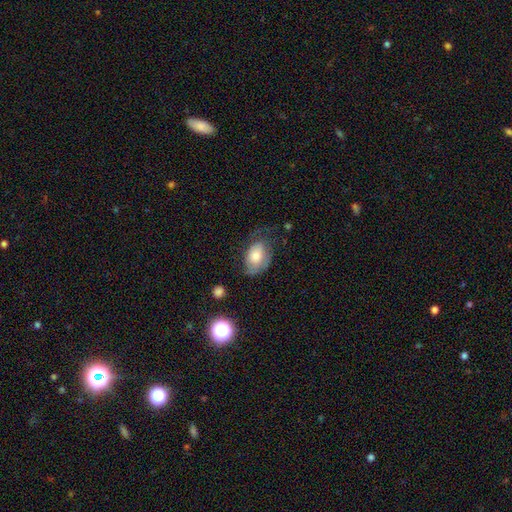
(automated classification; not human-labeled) Smooth or featured: smooth — 62% (featured or disk — 30%)
How rounded: in between — 85% (round — 14%)
Merging: none — 43% (minor disturbance — 32%)